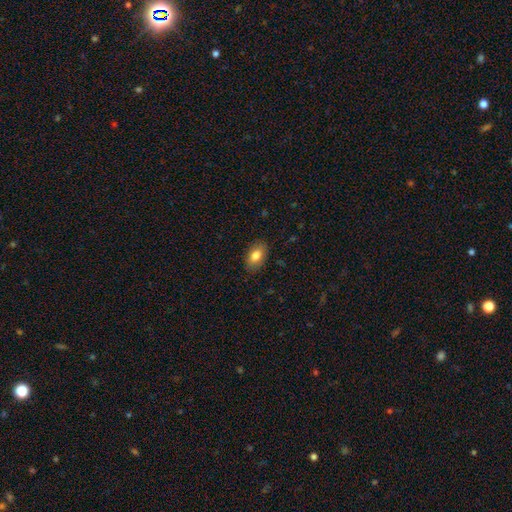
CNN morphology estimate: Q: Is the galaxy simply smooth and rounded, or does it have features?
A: smooth — 82%.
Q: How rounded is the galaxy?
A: in between — 90%.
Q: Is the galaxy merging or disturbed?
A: none — 86%.